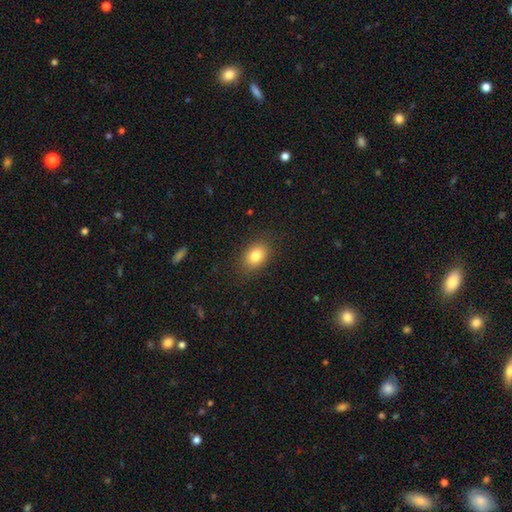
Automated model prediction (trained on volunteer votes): Smooth or featured: smooth — 82% (star or artifact — 9%)
How rounded: in between — 70% (round — 29%)
Merging: none — 85% (minor disturbance — 11%)